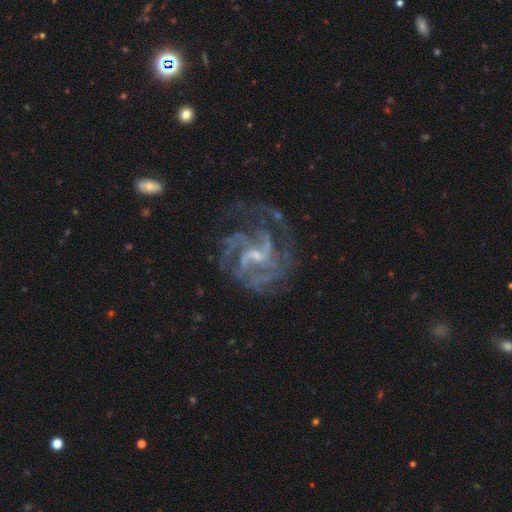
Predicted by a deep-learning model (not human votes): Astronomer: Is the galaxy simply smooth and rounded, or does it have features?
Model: featured or disk — 88%.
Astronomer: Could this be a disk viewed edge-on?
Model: no — 98%.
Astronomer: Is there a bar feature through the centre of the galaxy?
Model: weak — 53% (runner-up: no, 30%).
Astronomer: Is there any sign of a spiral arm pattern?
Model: yes — 95%.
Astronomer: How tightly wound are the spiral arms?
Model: medium — 51% (runner-up: tight, 33%).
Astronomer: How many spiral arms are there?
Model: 3 — 28% (runner-up: can't tell, 21%).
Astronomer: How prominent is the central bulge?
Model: small — 66%.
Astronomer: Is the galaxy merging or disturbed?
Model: none — 59%.